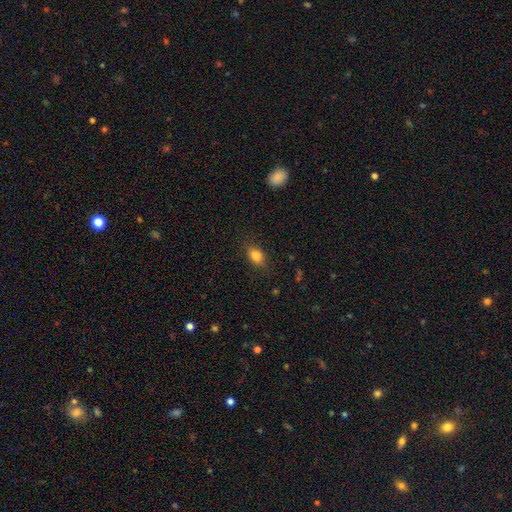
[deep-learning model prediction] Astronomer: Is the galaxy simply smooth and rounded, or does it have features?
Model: smooth — 82%.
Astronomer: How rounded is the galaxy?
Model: in between — 73%.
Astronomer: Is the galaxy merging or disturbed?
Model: none — 81%.